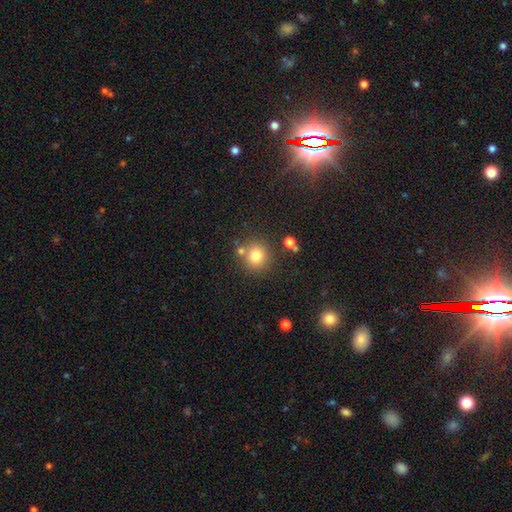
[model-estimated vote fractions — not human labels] smooth 79%, star or artifact 13%, featured or disk 8%. Down the decision tree: how rounded — round (90%); merging — none (75%).